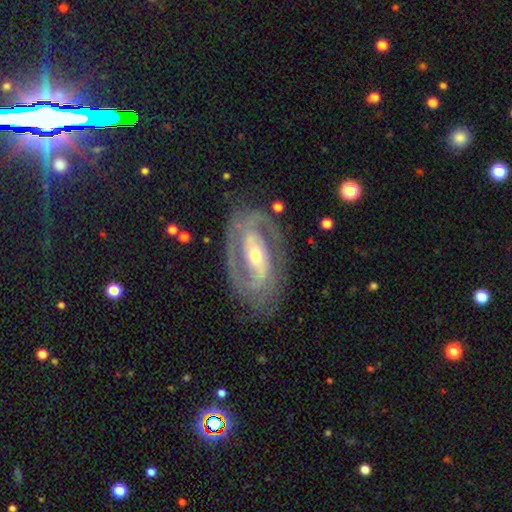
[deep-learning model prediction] featured or disk 89%, smooth 6%, star or artifact 5%. Down the decision tree: edge-on disk — no (96%); bar — strong (43%); spiral arms — yes (95%); spiral arm count — 2 (86%); spiral winding — tight (45%); bulge size — moderate (53%); merging — none (78%).